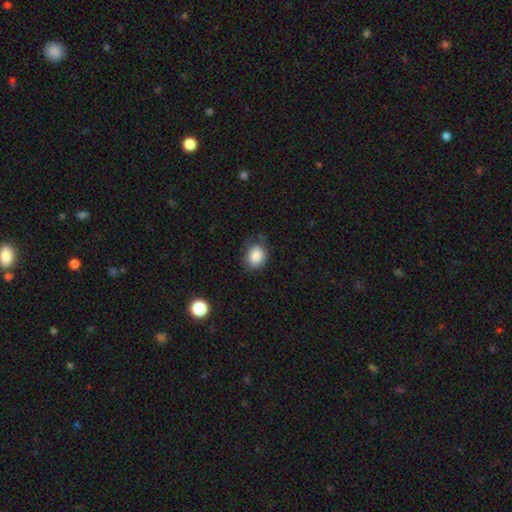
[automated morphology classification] This is clearly a smooth galaxy (85%). How rounded: possibly in between (52%). Merging: likely none (71%).